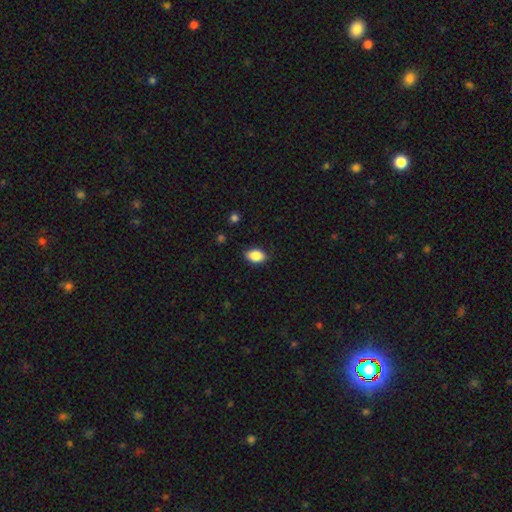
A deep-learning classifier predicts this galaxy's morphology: smooth-or-featured: smooth: 87% | star or artifact: 8% | featured or disk: 5%
  how-rounded: in between: 87% | round: 12% | cigar-shaped: 2%
  merging: none: 83% | minor disturbance: 14% | major disturbance: 3% | merger: 1%